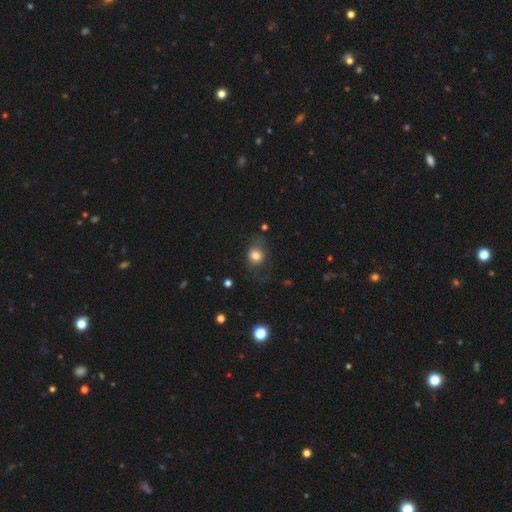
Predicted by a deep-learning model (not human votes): This is likely a smooth galaxy (74%). How rounded: likely round (65%). Merging: possibly none (60%).